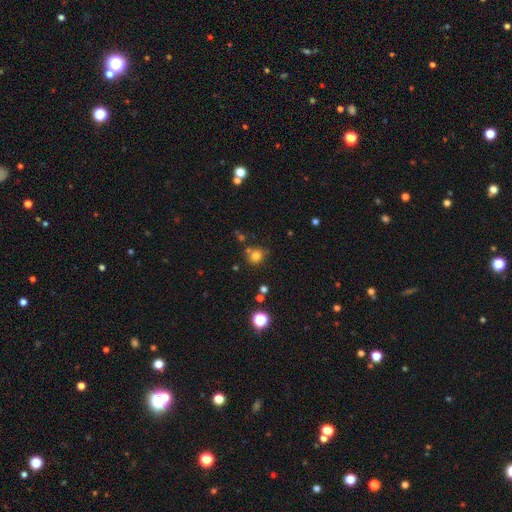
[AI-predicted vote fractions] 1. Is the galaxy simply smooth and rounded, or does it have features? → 76% smooth, 17% star or artifact, 7% featured or disk.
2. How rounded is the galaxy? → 84% round, 15% in between, 1% cigar-shaped.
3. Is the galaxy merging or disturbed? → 69% none, 14% minor disturbance, 13% merger, 4% major disturbance.